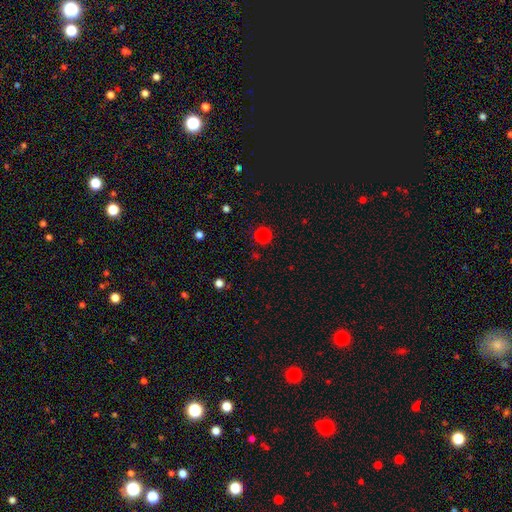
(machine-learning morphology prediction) Smooth or featured: smooth — 82% (star or artifact — 15%)
How rounded: round — 95% (in between — 4%)
Merging: none — 92% (minor disturbance — 5%)